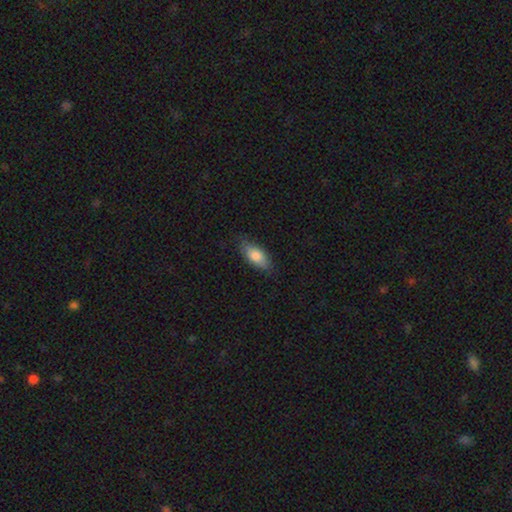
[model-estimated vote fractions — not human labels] Overall: smooth (81%). How rounded: in between (86%). Merging: none (76%).